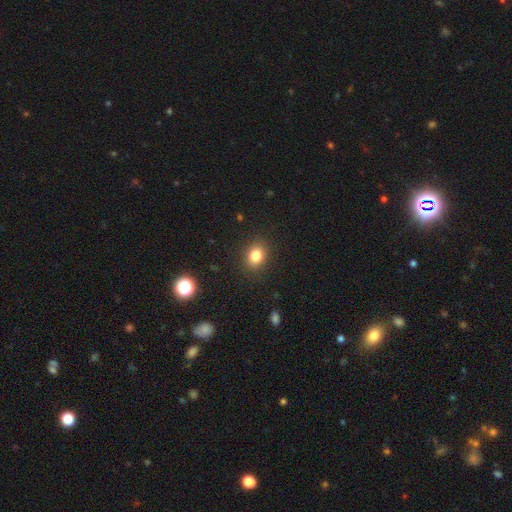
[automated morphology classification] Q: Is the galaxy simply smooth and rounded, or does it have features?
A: smooth — 82%.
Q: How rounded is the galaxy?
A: round — 50%.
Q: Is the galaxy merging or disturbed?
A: none — 88%.